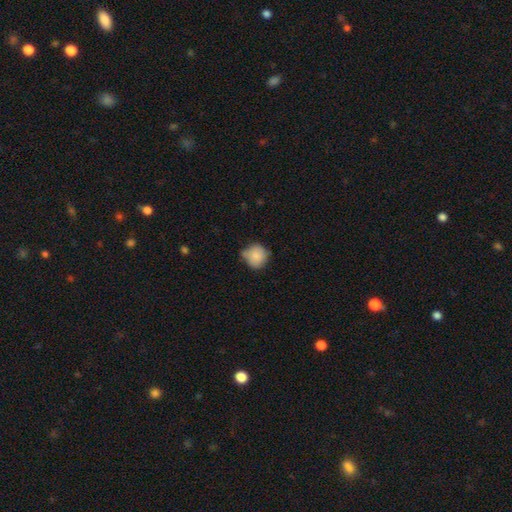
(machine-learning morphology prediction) smooth_or_featured: smooth (p=0.84) [alt: star or artifact p=0.08]
how_rounded: round (p=0.88) [alt: in between p=0.11]
merging: none (p=0.62) [alt: minor disturbance p=0.26]